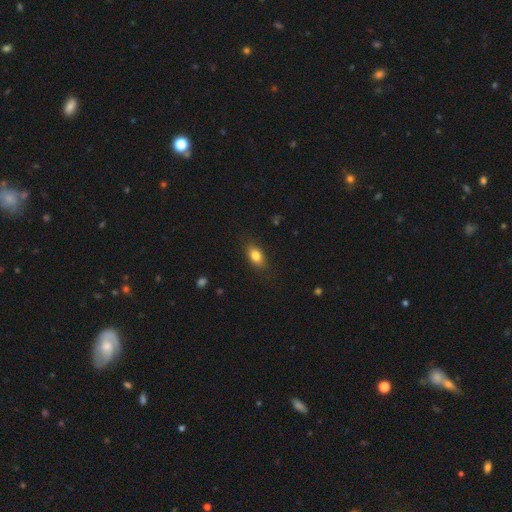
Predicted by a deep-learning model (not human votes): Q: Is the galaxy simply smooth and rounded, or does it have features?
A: smooth — 82%.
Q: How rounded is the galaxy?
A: in between — 84%.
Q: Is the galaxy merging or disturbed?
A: none — 84%.